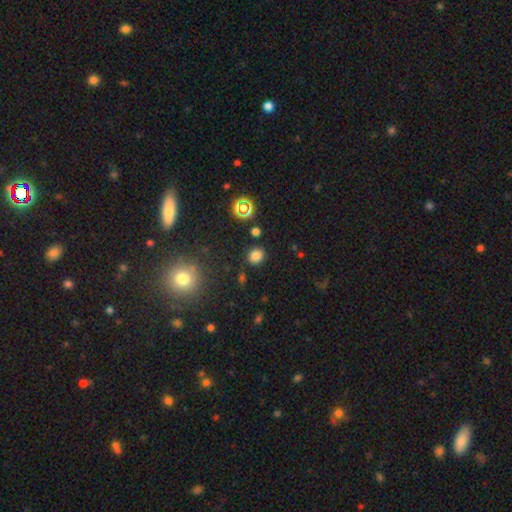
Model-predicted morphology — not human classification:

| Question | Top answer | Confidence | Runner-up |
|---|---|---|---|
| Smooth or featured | smooth | 77% | star or artifact (18%) |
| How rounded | round | 70% | in between (29%) |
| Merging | none | 85% | minor disturbance (9%) |